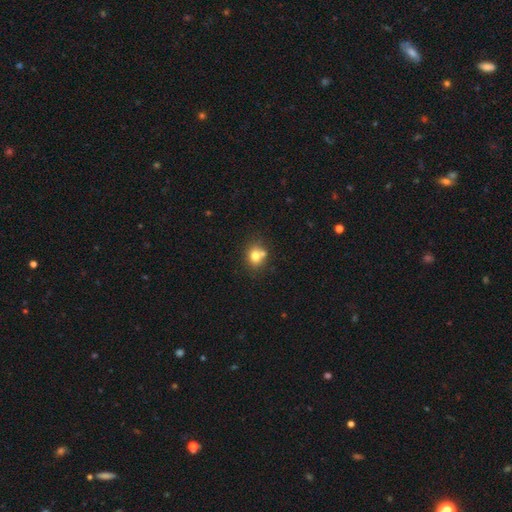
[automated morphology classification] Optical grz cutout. It shows a smooth galaxy with no disk features (76%) that is round (66%). Merging: none (57%).